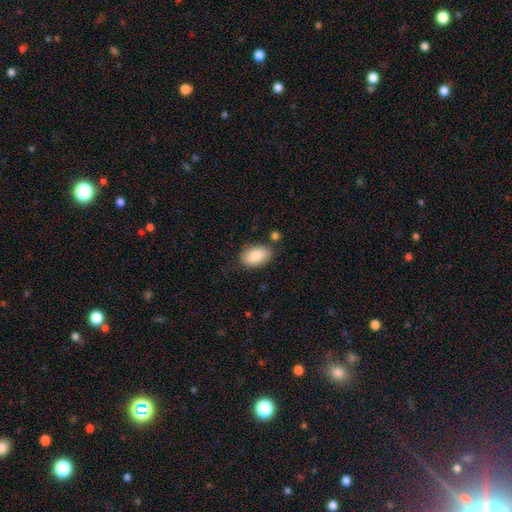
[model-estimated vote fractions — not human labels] A smooth galaxy with no disk features (84%) that is in between round and cigar-shaped (92%).

Vote fractions:
- Smooth or featured? smooth: 84% / featured or disk: 9% / star or artifact: 6%
- How rounded? in between: 92% / round: 6% / cigar-shaped: 2%
- Merging? none: 77% / minor disturbance: 15% / merger: 5% / major disturbance: 3%